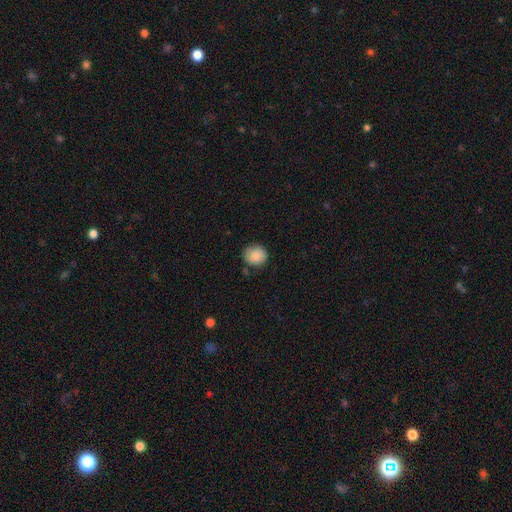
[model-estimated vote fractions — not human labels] A smooth galaxy with no disk features (87%) that is round (83%). Merging: none (81%).